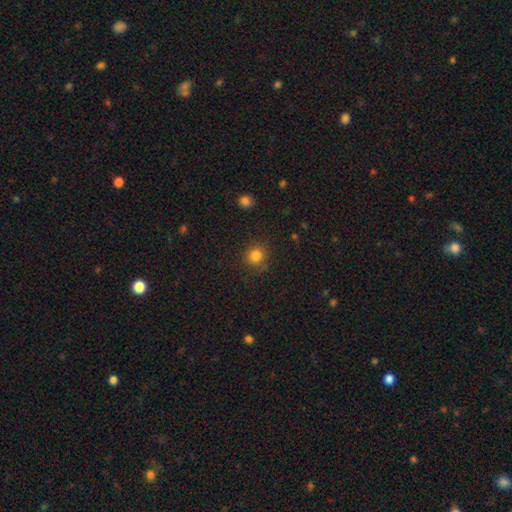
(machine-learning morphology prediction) type=smooth (83%); roundness=round (89%); merging=none (83%).